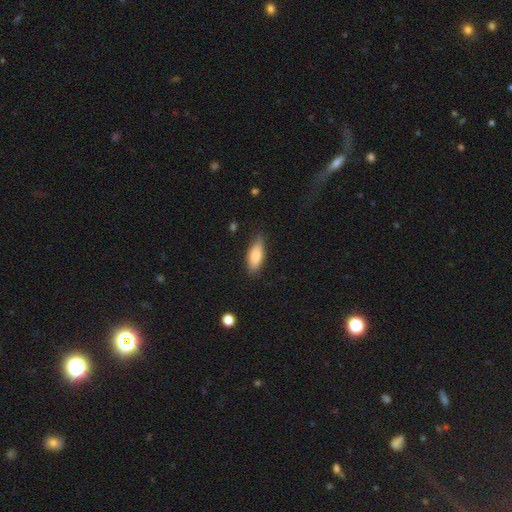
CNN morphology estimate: Smooth or featured: smooth — 82% (featured or disk — 12%)
How rounded: in between — 72% (cigar-shaped — 25%)
Merging: none — 78% (minor disturbance — 18%)